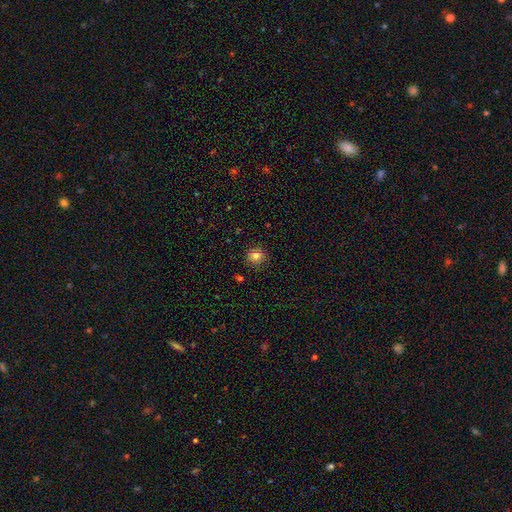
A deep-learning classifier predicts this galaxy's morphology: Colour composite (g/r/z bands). It shows a smooth galaxy with no disk features (82%) that is round (81%). Merging: none (87%).